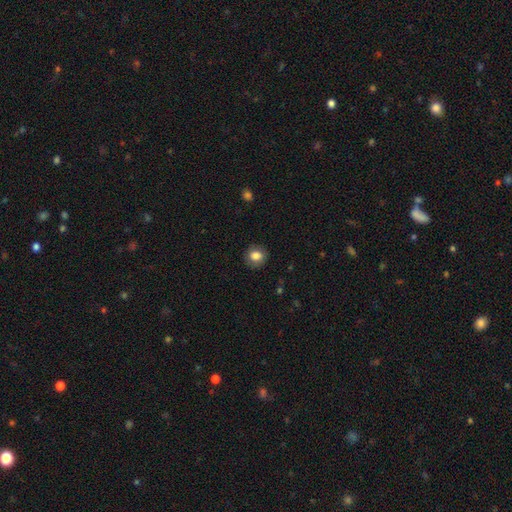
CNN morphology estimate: Q: Smooth or featured?
A: smooth (82%); runner-up: featured or disk (9%)
Q: How rounded?
A: round (79%); runner-up: in between (20%)
Q: Merging?
A: none (85%); runner-up: minor disturbance (11%)